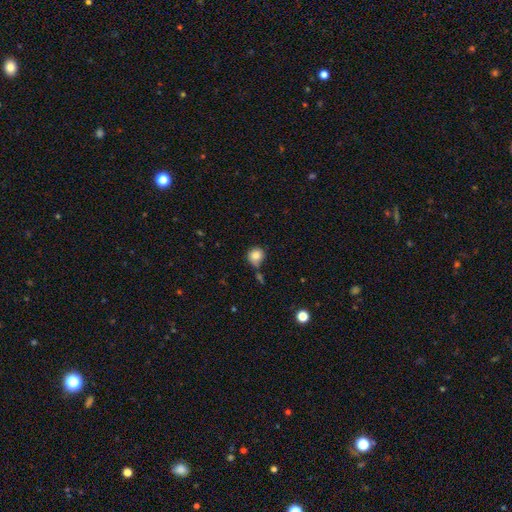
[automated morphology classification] Smooth or featured: smooth — 83% (star or artifact — 9%)
How rounded: round — 89% (in between — 10%)
Merging: none — 61% (minor disturbance — 19%)